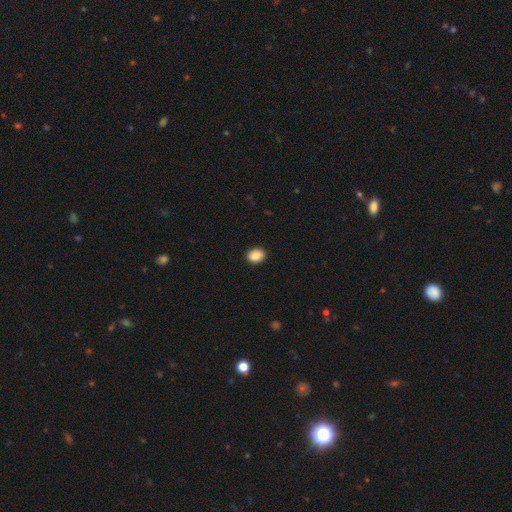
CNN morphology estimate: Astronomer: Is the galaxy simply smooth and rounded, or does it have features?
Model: smooth — 88%.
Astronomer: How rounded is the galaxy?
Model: in between — 59% (runner-up: round, 40%).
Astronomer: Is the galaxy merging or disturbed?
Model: none — 91%.